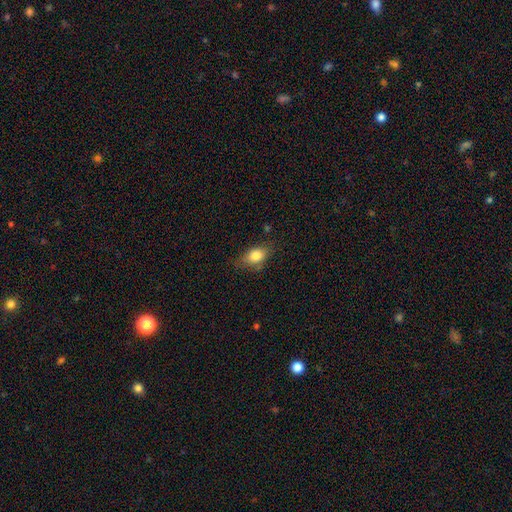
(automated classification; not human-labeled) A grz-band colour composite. It shows a smooth galaxy with no disk features (80%) that is in between round and cigar-shaped (79%). Merging: none (68%).